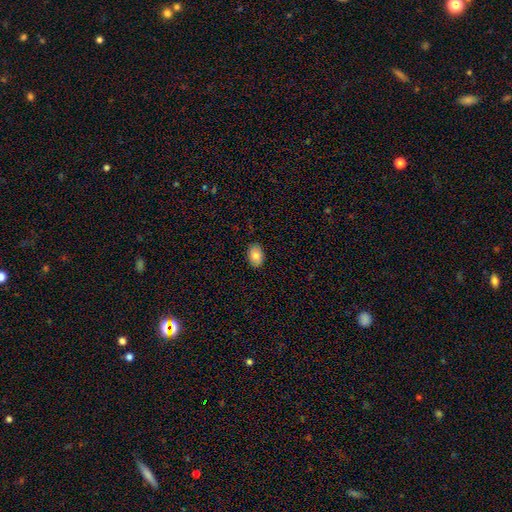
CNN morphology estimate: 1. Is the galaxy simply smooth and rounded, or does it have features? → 84% smooth, 9% featured or disk, 8% star or artifact.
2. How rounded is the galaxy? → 81% in between, 18% round, 1% cigar-shaped.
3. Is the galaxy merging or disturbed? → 86% none, 11% minor disturbance, 2% major disturbance, 1% merger.